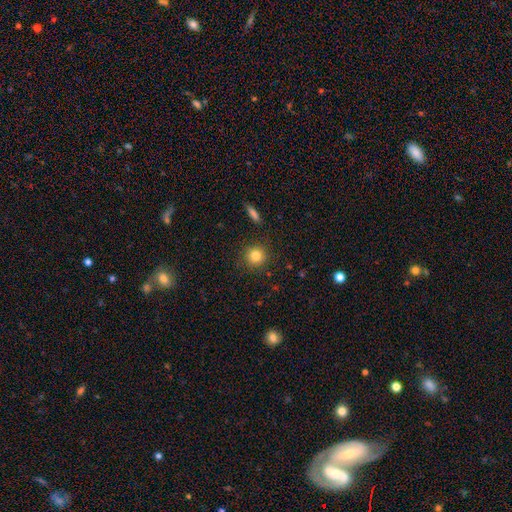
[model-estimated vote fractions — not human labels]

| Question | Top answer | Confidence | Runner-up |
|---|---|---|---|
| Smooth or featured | smooth | 82% | star or artifact (11%) |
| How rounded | round | 92% | in between (7%) |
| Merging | none | 89% | minor disturbance (7%) |